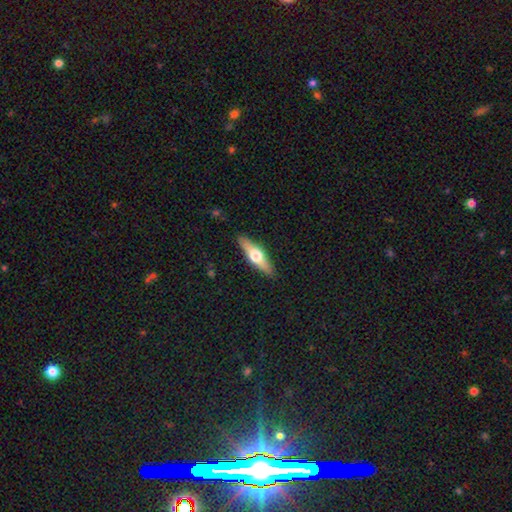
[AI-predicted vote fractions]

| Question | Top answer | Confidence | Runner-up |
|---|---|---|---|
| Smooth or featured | featured or disk | 54% | smooth (40%) |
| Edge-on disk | yes | 93% | no (7%) |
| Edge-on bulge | rounded | 95% | boxy (3%) |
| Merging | none | 89% | minor disturbance (8%) |